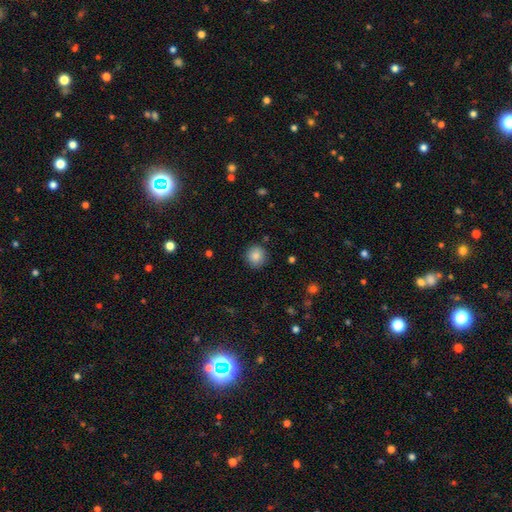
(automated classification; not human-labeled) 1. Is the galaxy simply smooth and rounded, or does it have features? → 86% smooth, 9% star or artifact, 5% featured or disk.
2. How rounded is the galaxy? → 91% round, 8% in between, 1% cigar-shaped.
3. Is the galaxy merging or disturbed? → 89% none, 7% minor disturbance, 2% major disturbance, 1% merger.